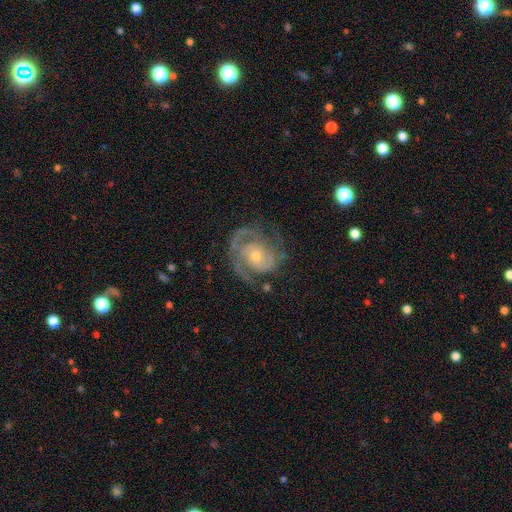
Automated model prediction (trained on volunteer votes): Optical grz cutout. It shows a featured or disk galaxy (87%) with no bar (73%), 2 (56%) tight (52%) spiral arms (94%) and a small central bulge (53%). Merging: none (63%).